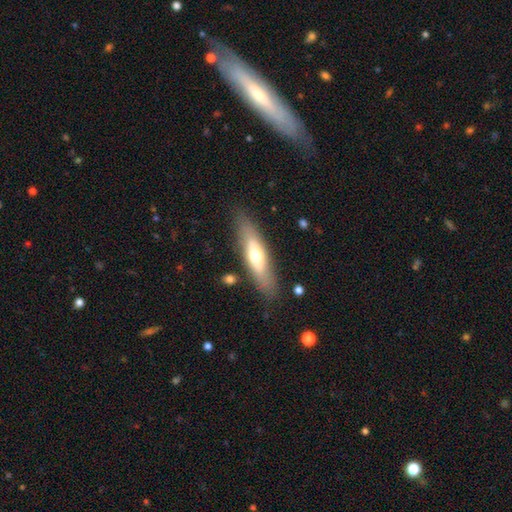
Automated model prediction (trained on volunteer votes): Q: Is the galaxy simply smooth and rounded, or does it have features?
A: smooth — 52%.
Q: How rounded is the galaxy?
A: cigar-shaped — 61%.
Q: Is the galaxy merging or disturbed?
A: none — 82%.